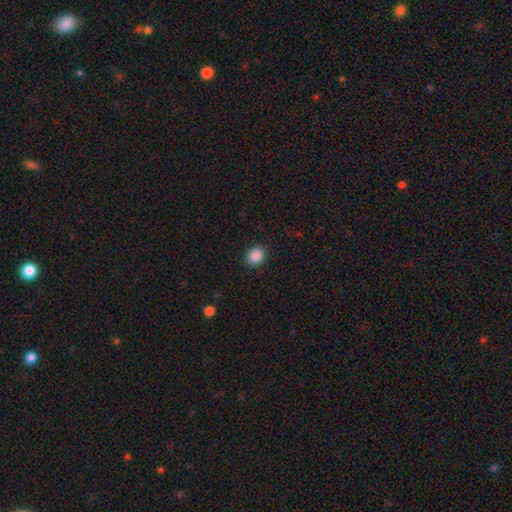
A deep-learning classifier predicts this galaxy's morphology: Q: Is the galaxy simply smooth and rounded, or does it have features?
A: smooth — 88%.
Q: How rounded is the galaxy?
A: round — 59%.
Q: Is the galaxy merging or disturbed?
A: none — 88%.